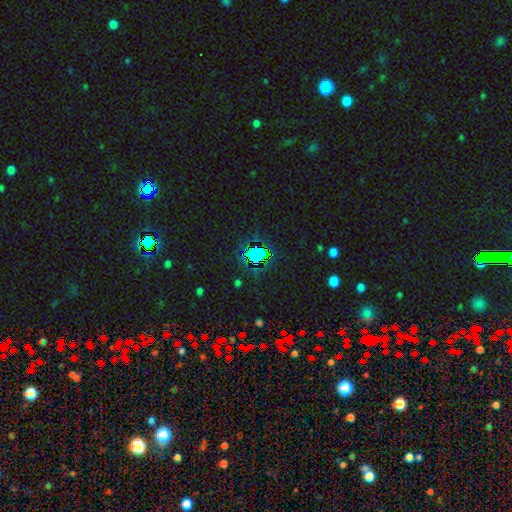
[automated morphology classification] A star or artifact, not a galaxy (72%).